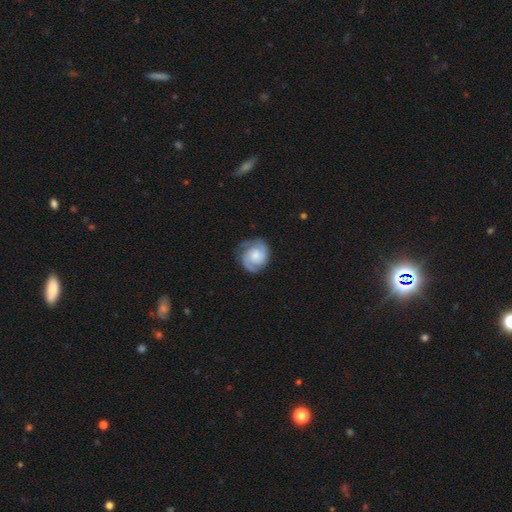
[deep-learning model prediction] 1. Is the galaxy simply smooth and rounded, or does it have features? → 82% featured or disk, 13% smooth, 5% star or artifact.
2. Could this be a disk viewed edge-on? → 98% no, 2% yes.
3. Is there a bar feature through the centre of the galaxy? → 67% no, 28% weak, 5% strong.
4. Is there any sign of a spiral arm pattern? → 97% yes, 3% no.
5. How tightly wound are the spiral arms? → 55% tight, 38% medium, 8% loose.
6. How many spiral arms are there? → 69% 2, 15% 3, 8% can't tell, 3% 1, 3% 4, 2% more than 4.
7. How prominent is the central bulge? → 37% moderate, 32% small, 15% large, 14% none, 2% dominant.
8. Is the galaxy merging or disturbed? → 77% none, 16% minor disturbance, 6% major disturbance, 1% merger.